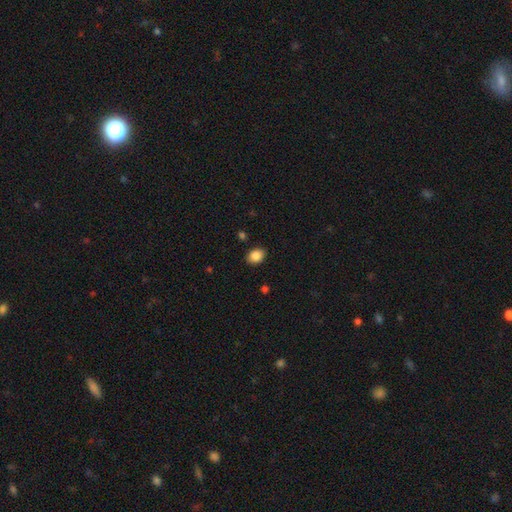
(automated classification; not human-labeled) This is clearly a smooth galaxy (86%). How rounded: likely in between (69%). Merging: clearly none (87%).